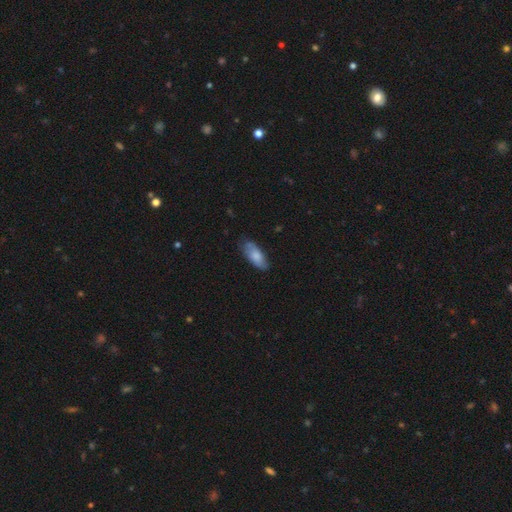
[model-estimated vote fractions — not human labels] smooth_or_featured: smooth (p=0.73) [alt: featured or disk p=0.21]
how_rounded: in between (p=0.81) [alt: cigar-shaped p=0.17]
merging: none (p=0.68) [alt: minor disturbance p=0.25]